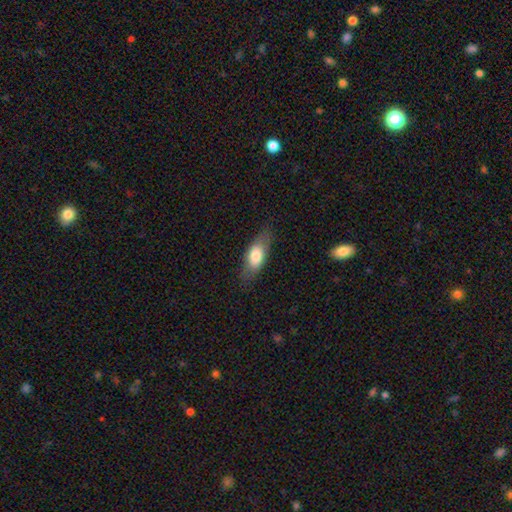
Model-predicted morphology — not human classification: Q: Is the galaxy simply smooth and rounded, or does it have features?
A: smooth — 73%.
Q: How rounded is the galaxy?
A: in between — 77%.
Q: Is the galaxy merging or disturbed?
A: none — 75%.